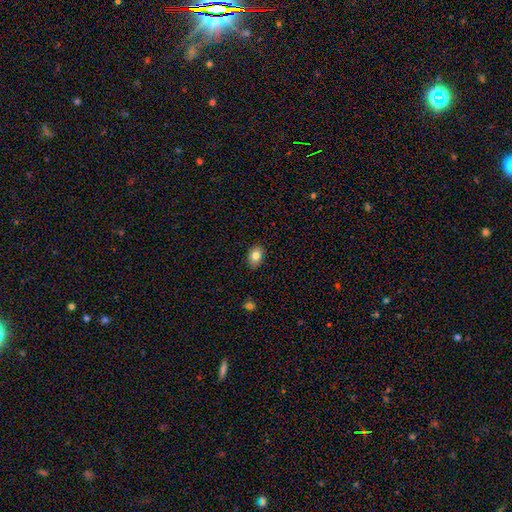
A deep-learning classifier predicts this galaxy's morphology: This appears to be a smooth galaxy with no disk features (82%) that is in between round and cigar-shaped (79%). Merging: none (85%).